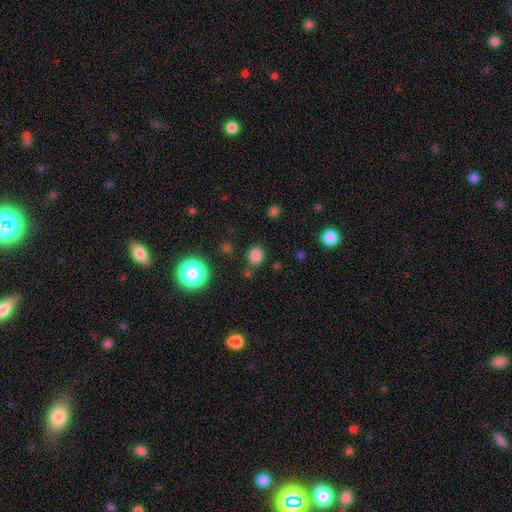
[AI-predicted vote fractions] Overall: smooth (80%). How rounded: round (75%). Merging: none (81%).